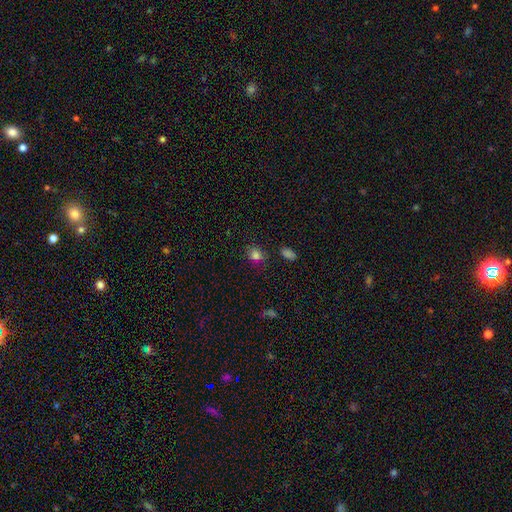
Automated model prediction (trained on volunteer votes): Smooth or featured? smooth (80%)
How rounded? round (56%)
Merging? none (74%)